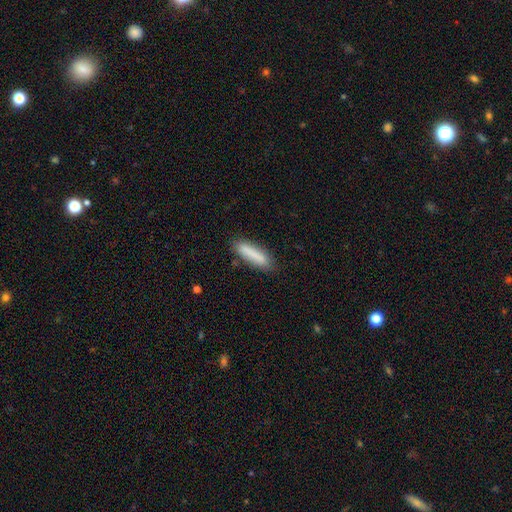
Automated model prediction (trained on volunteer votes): Morphology: type=smooth (84%); roundness=cigar-shaped (70%); merging=none (80%).